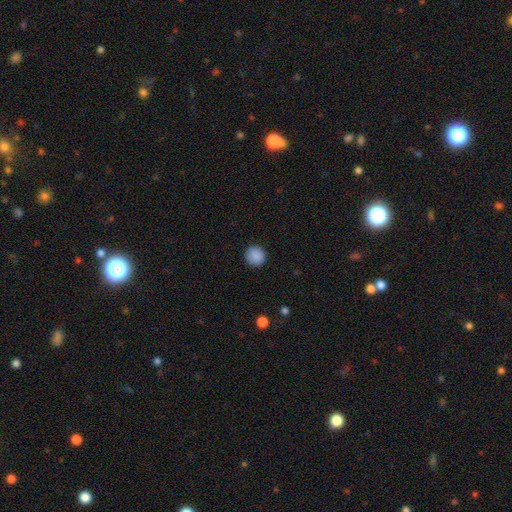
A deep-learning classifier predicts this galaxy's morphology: Q: Smooth or featured?
A: smooth (89%); runner-up: star or artifact (9%)
Q: How rounded?
A: round (93%); runner-up: in between (6%)
Q: Merging?
A: none (91%); runner-up: minor disturbance (6%)